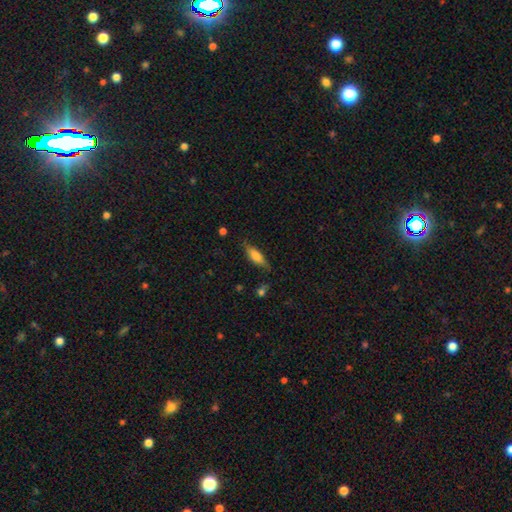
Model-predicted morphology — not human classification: Overall: smooth (68%). How rounded: in between (50%; cigar-shaped 48%). Merging: none (74%).